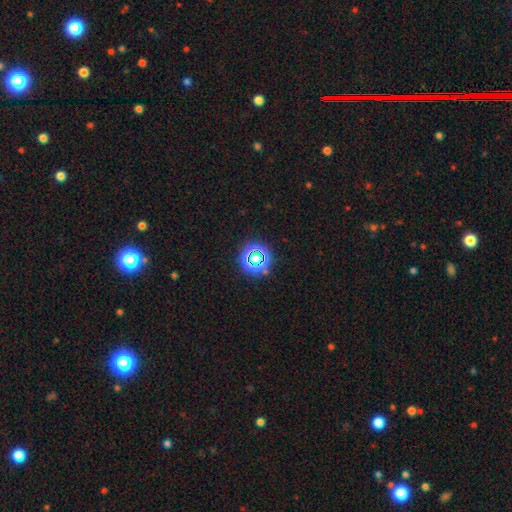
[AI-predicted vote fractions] This is possibly a star or artifact rather than a galaxy (57%).